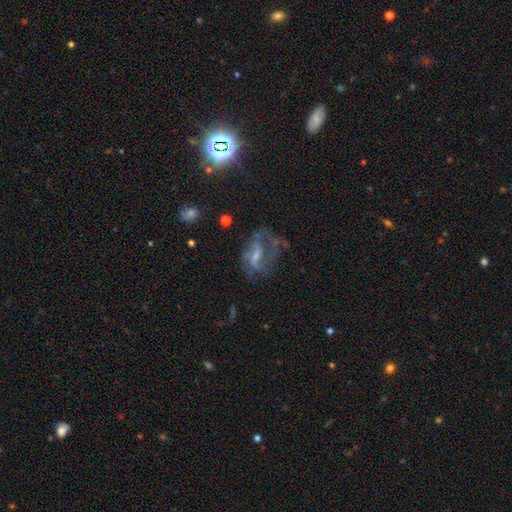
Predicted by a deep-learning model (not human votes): The model was most divided on "bar": weak: 44%, no: 36%, strong: 21%. Remaining: edge-on disk — no (95%); spiral arms — yes (65%); smooth or featured — featured or disk (63%); bulge size — small (47%); merging — none (46%).